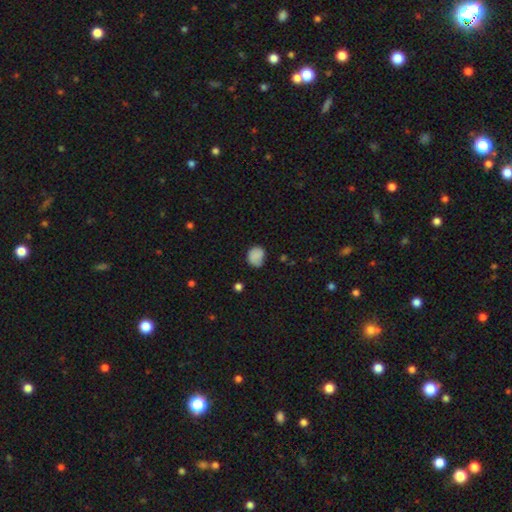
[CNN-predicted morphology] Smooth or featured: smooth — 85% (star or artifact — 10%)
How rounded: round — 58% (in between — 41%)
Merging: none — 67% (minor disturbance — 26%)